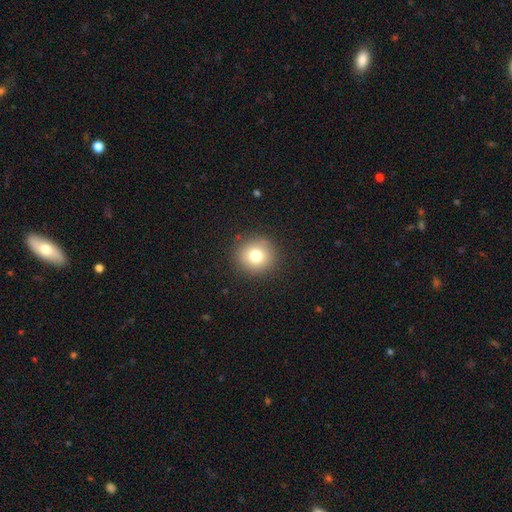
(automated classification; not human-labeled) A smooth galaxy with no disk features (78%) that is round (91%).

Vote fractions:
- Smooth or featured? smooth: 78% / star or artifact: 11% / featured or disk: 11%
- How rounded? round: 91% / in between: 8% / cigar-shaped: 1%
- Merging? none: 90% / minor disturbance: 7% / major disturbance: 3% / merger: 1%